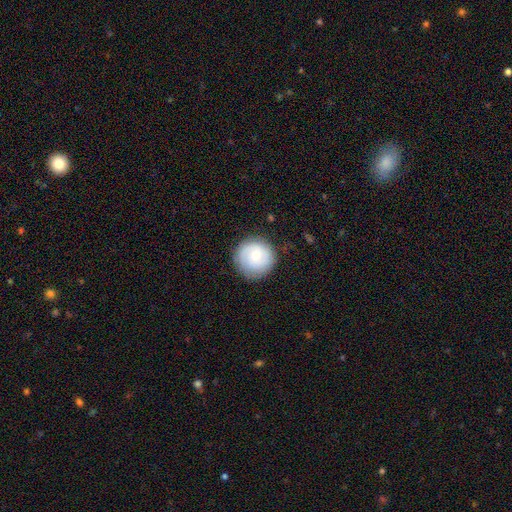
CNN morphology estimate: Smooth or featured: smooth — 56% (featured or disk — 37%)
How rounded: round — 94% (in between — 5%)
Merging: none — 83% (minor disturbance — 12%)